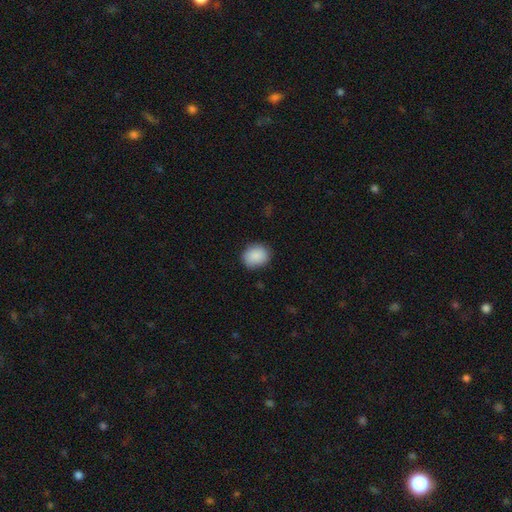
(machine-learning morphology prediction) Overall: smooth (89%). How rounded: round (60%; in between 39%). Merging: none (84%).